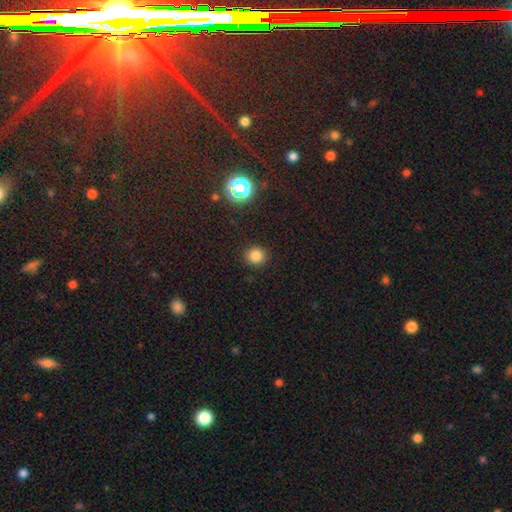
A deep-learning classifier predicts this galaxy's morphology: Overall: smooth (80%). How rounded: round (89%). Merging: none (90%).